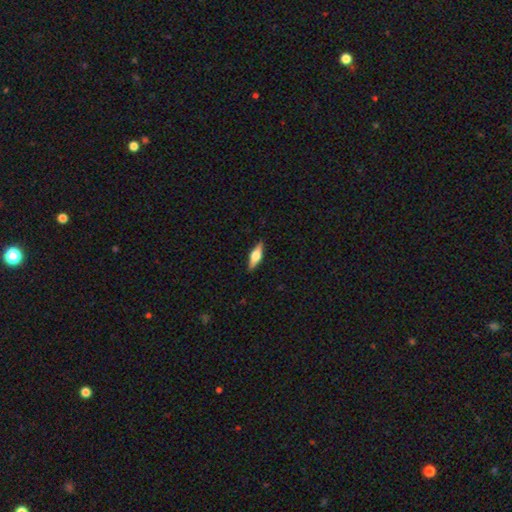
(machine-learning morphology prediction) Q: Smooth or featured?
A: featured or disk (50%); runner-up: smooth (43%)
Q: Edge-on disk?
A: yes (94%); runner-up: no (6%)
Q: Merging?
A: none (89%); runner-up: minor disturbance (8%)